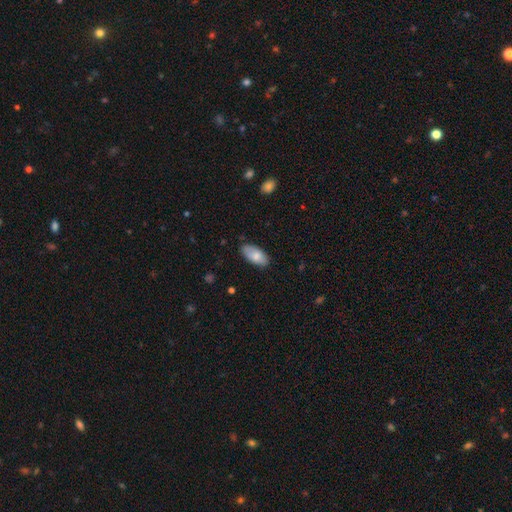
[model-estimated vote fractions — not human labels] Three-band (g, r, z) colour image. It shows a smooth galaxy with no disk features (78%) that is in between round and cigar-shaped (92%). Merging: none (80%).